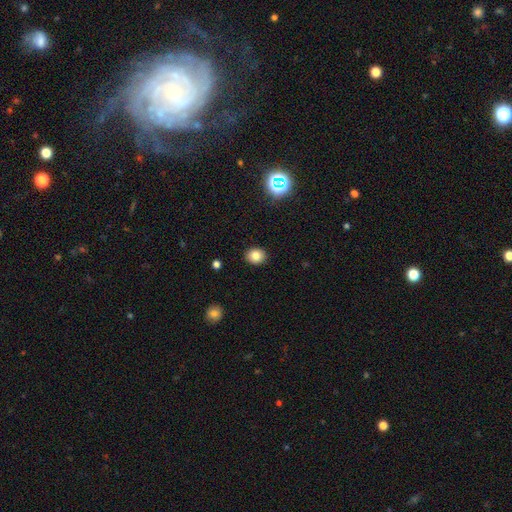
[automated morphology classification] This appears to be a smooth galaxy with no disk features (81%) that is round (63%). Merging: none (91%).